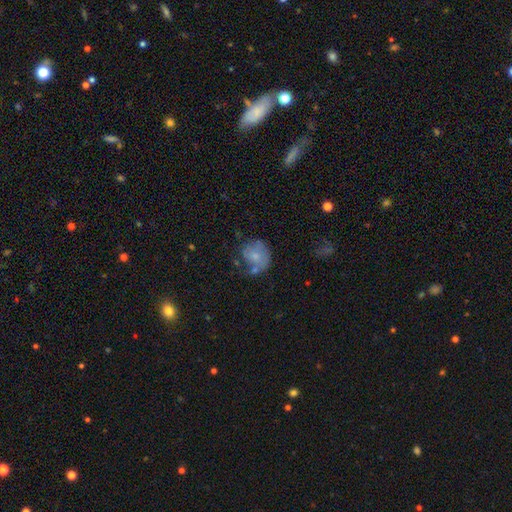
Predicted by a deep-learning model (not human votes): The model was most divided on "merging": none: 45%, minor disturbance: 27%, major disturbance: 15%, merger: 13%. More confident: how rounded — round (72%); smooth or featured — smooth (67%).